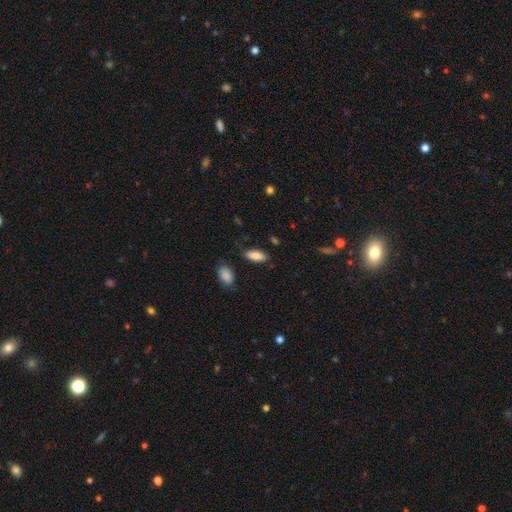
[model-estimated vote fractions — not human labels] Morphology: type=smooth (88%); roundness=in between (84%); merging=none (81%).